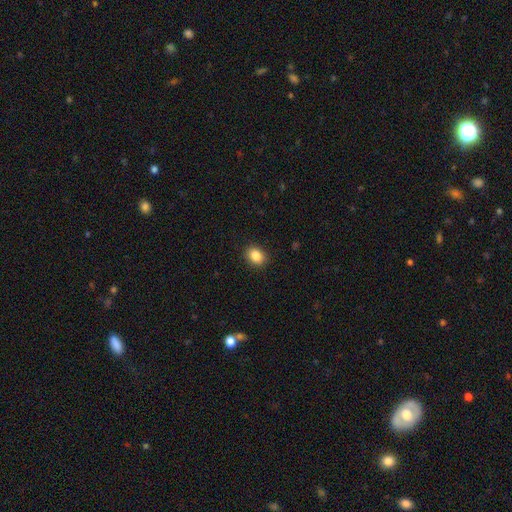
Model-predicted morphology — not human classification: smooth_or_featured: smooth (p=0.87) [alt: star or artifact p=0.09]
how_rounded: in between (p=0.59) [alt: round p=0.40]
merging: none (p=0.90) [alt: minor disturbance p=0.07]